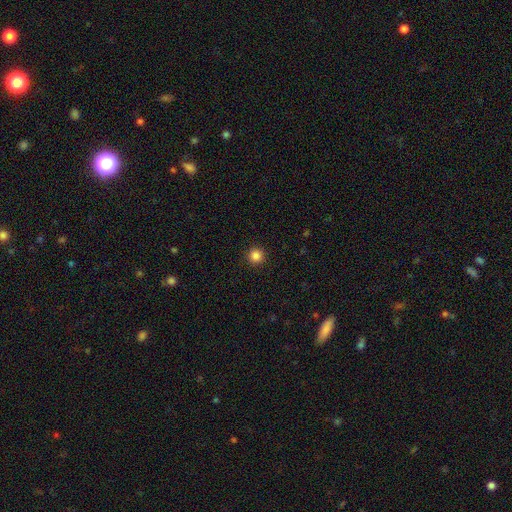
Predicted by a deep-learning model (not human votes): A smooth galaxy with no disk features (86%) that is round (96%). Merging: none (93%).